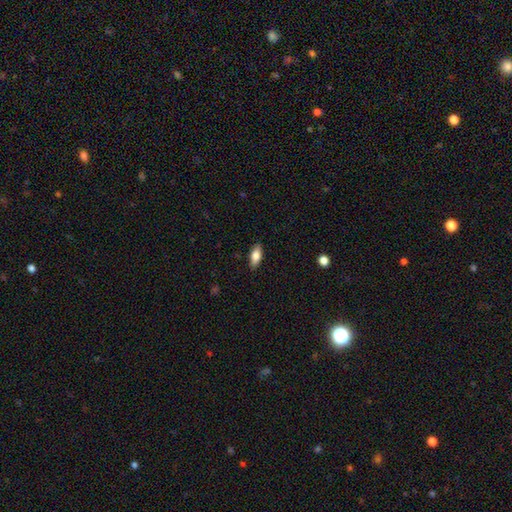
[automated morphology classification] type=smooth (76%); roundness=in between (79%); merging=none (87%).